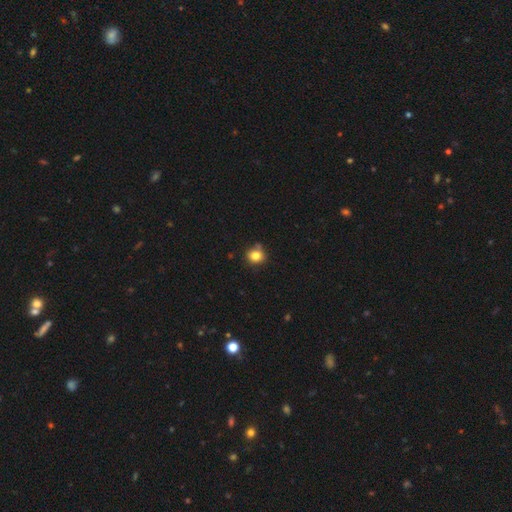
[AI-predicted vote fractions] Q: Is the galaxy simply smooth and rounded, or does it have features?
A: smooth — 81%.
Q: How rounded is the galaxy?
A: round — 80%.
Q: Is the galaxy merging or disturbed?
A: none — 75%.